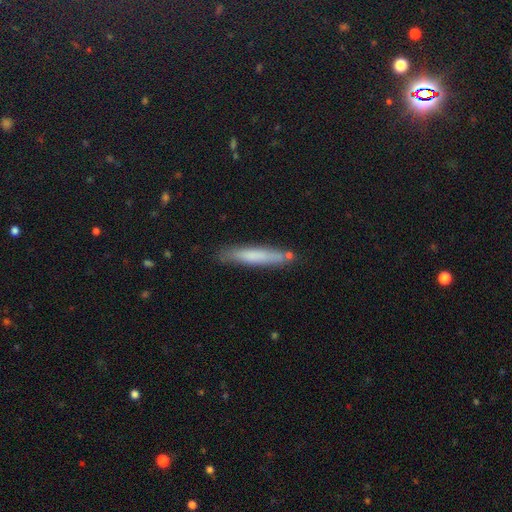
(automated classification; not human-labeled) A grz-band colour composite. It shows a smooth galaxy with no disk features (71%) that is cigar-shaped (92%). Merging: none (80%).